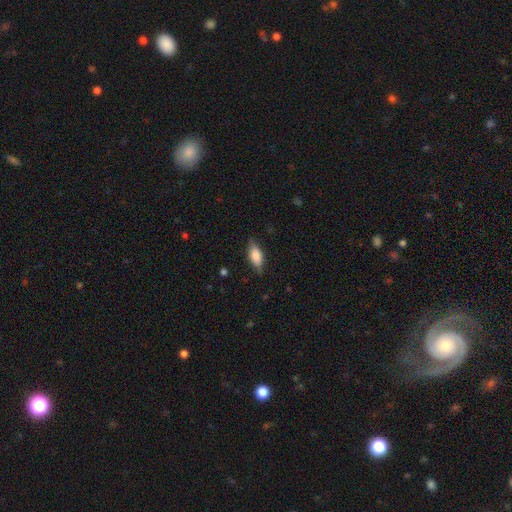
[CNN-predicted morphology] Q: Smooth or featured?
A: smooth (77%); runner-up: featured or disk (17%)
Q: How rounded?
A: in between (80%); runner-up: cigar-shaped (17%)
Q: Merging?
A: none (79%); runner-up: minor disturbance (16%)